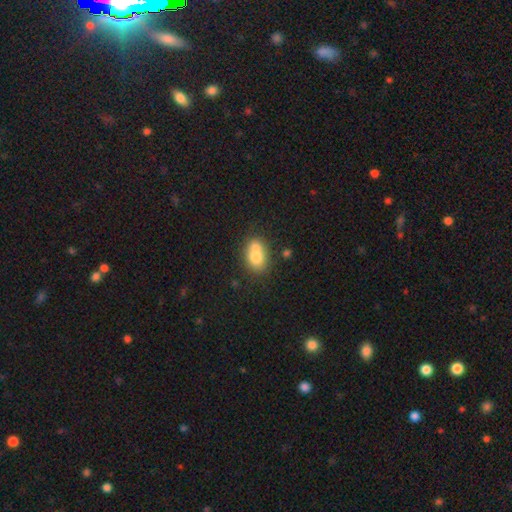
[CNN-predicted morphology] Smooth or featured?
  - smooth: 73% *
  - featured or disk: 18%
  - star or artifact: 9%
How rounded?
  - in between: 74% *
  - round: 24%
  - cigar-shaped: 2%
Merging?
  - none: 40% *
  - merger: 39%
  - minor disturbance: 15%
  - major disturbance: 5%